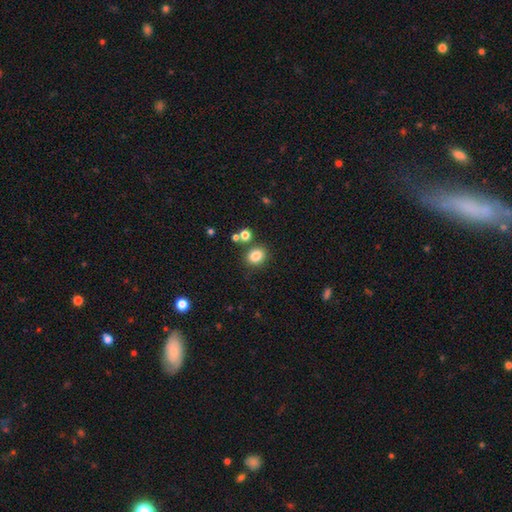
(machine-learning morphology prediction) type=smooth (83%); roundness=round (51%); merging=none (77%).